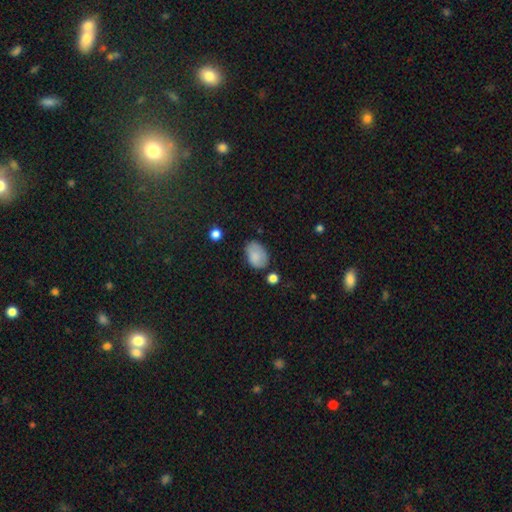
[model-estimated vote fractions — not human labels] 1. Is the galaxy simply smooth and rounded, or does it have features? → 84% smooth, 9% featured or disk, 8% star or artifact.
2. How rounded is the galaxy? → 87% in between, 12% round, 1% cigar-shaped.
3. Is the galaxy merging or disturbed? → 65% none, 25% minor disturbance, 6% major disturbance, 4% merger.